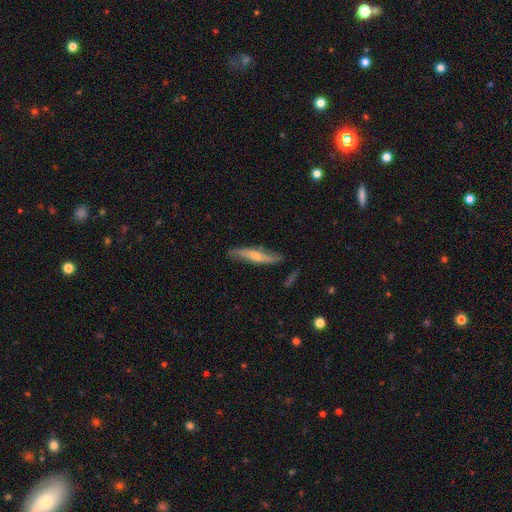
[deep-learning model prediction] Q: Smooth or featured?
A: featured or disk (54%); runner-up: smooth (39%)
Q: Edge-on disk?
A: yes (63%); runner-up: no (37%)
Q: Merging?
A: none (74%); runner-up: minor disturbance (19%)